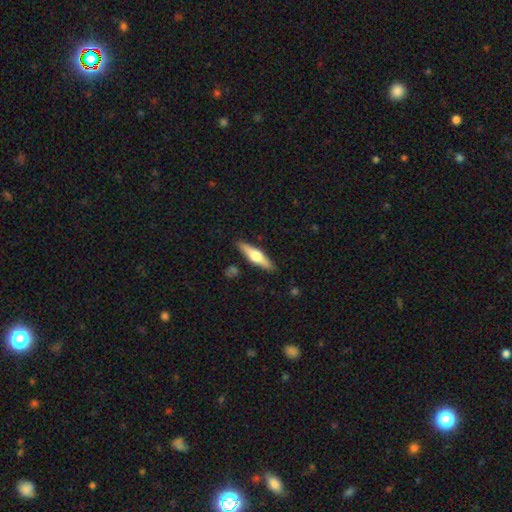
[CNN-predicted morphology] This appears to be a featured or disk galaxy (55%) viewed edge-on (95%) with a rounded central bulge (93%). Merging: none (89%).